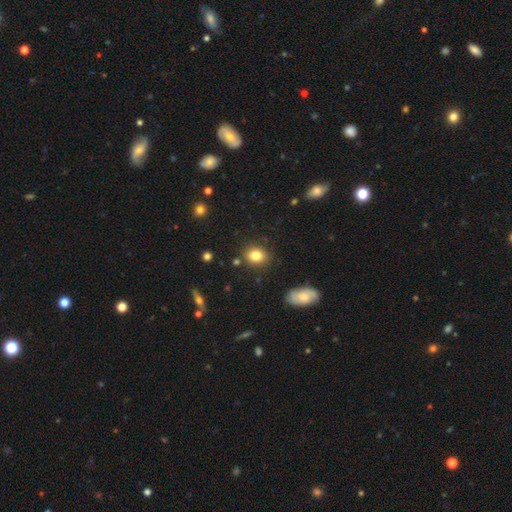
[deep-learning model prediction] This appears to be a smooth galaxy with no disk features (83%) that is in between round and cigar-shaped (52%). Merging: none (83%).